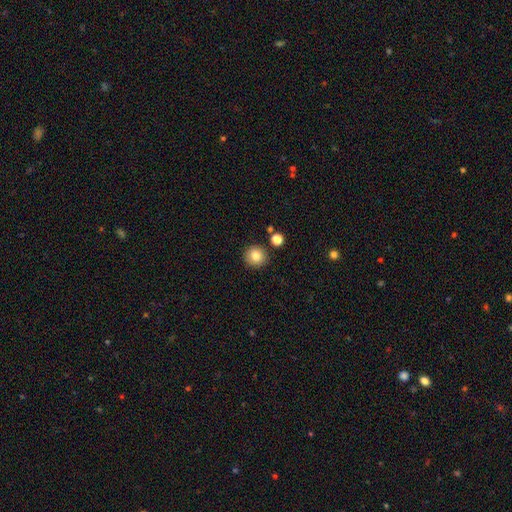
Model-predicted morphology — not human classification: A smooth galaxy with no disk features (83%) that is round (93%).

Vote fractions:
- Smooth or featured? smooth: 83% / star or artifact: 10% / featured or disk: 7%
- How rounded? round: 93% / in between: 6% / cigar-shaped: 1%
- Merging? none: 88% / minor disturbance: 6% / merger: 4% / major disturbance: 2%